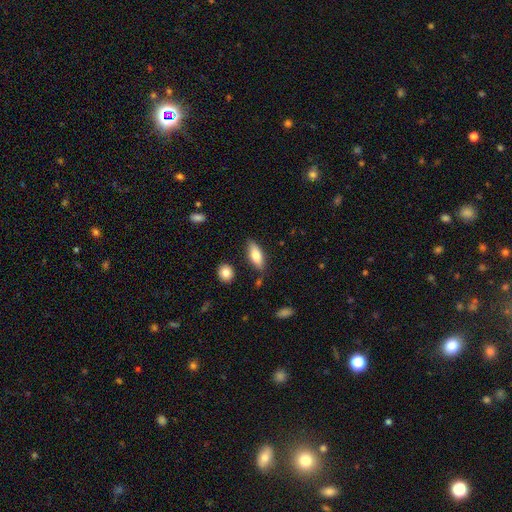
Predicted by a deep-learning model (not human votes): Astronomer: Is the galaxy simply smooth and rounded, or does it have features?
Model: smooth — 71%.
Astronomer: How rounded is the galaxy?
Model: in between — 69%.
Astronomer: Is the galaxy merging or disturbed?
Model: none — 79%.